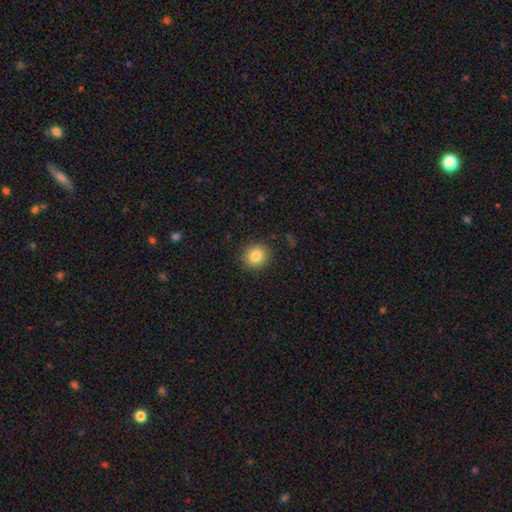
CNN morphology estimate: A smooth galaxy with no disk features (84%) that is round (86%). Merging: none (89%).